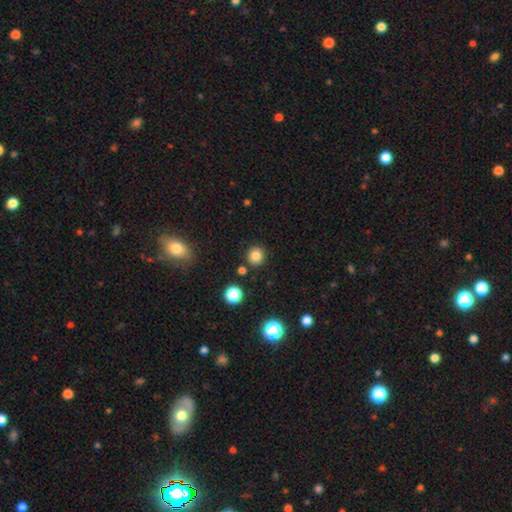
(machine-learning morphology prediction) Overall: smooth (82%). How rounded: round (91%). Merging: none (88%).